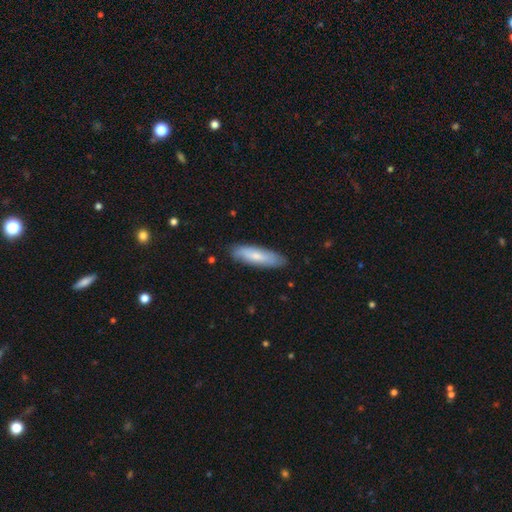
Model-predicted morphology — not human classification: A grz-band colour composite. It shows a smooth galaxy with no disk features (71%) that is cigar-shaped (56%). Merging: none (84%).